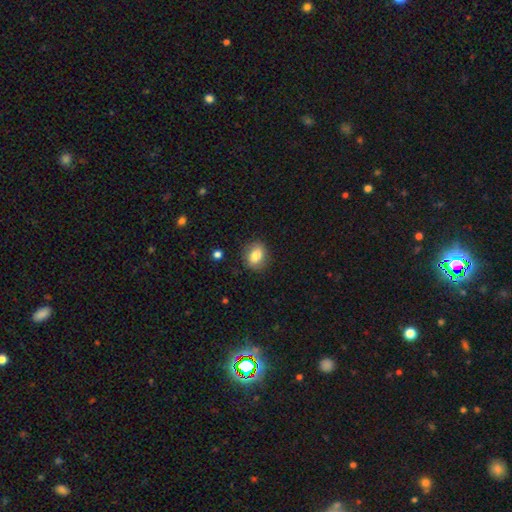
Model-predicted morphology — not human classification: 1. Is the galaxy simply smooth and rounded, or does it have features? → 78% smooth, 14% featured or disk, 8% star or artifact.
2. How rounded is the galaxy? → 50% in between, 49% round, 1% cigar-shaped.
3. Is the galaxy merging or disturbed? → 84% none, 11% minor disturbance, 3% major disturbance, 1% merger.